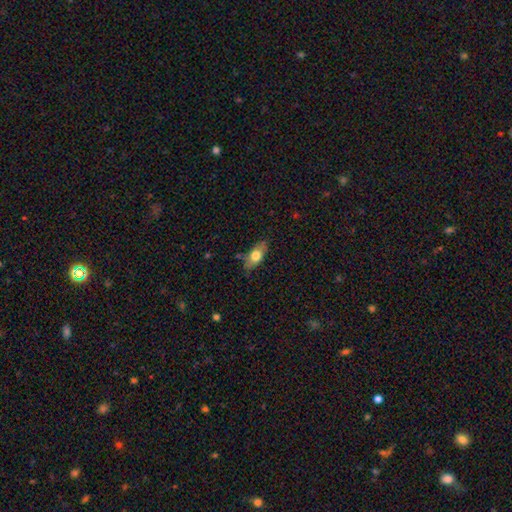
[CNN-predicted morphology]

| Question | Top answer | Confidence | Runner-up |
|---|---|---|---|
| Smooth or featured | smooth | 69% | featured or disk (25%) |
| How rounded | in between | 83% | cigar-shaped (11%) |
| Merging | none | 76% | minor disturbance (18%) |